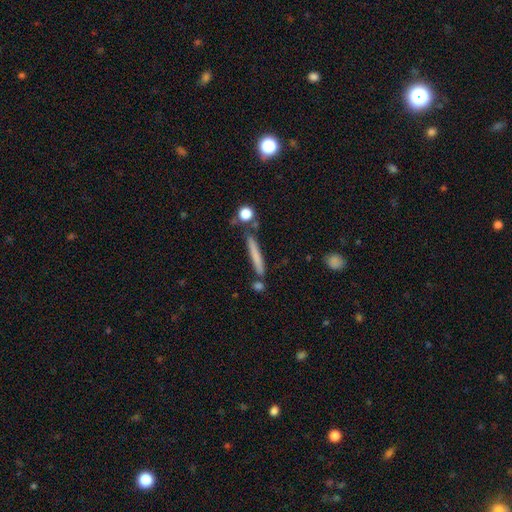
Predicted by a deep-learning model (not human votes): Smooth or featured: smooth — 67% (featured or disk — 25%)
How rounded: cigar-shaped — 94% (in between — 4%)
Merging: none — 75% (minor disturbance — 13%)